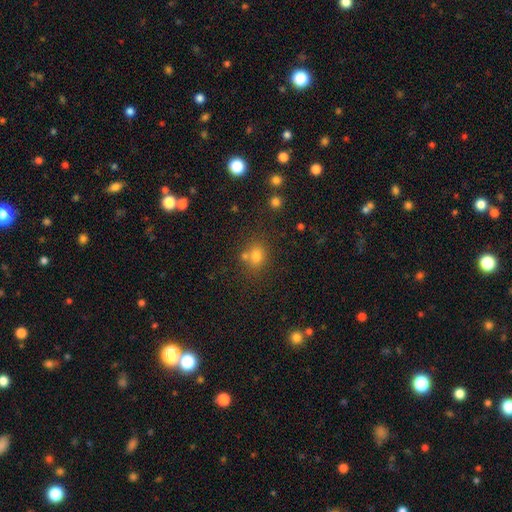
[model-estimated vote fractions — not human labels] Q: Smooth or featured?
A: smooth (72%); runner-up: star or artifact (19%)
Q: How rounded?
A: round (55%); runner-up: in between (43%)
Q: Merging?
A: none (64%); runner-up: merger (20%)